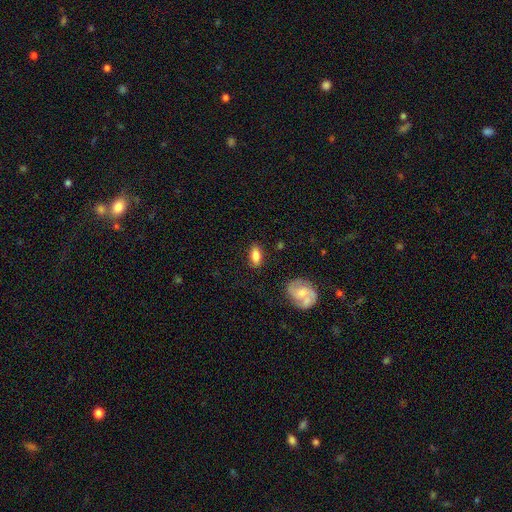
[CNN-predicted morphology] Q: Smooth or featured?
A: smooth (79%); runner-up: featured or disk (14%)
Q: How rounded?
A: in between (84%); runner-up: cigar-shaped (11%)
Q: Merging?
A: none (83%); runner-up: minor disturbance (11%)